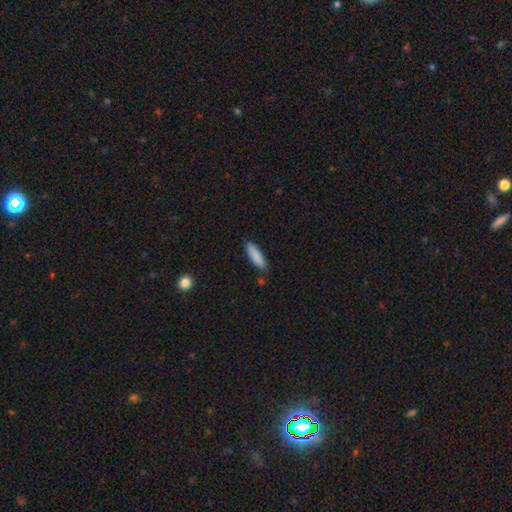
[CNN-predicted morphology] Smooth or featured: smooth — 87% (featured or disk — 7%)
How rounded: cigar-shaped — 67% (in between — 32%)
Merging: none — 83% (minor disturbance — 12%)